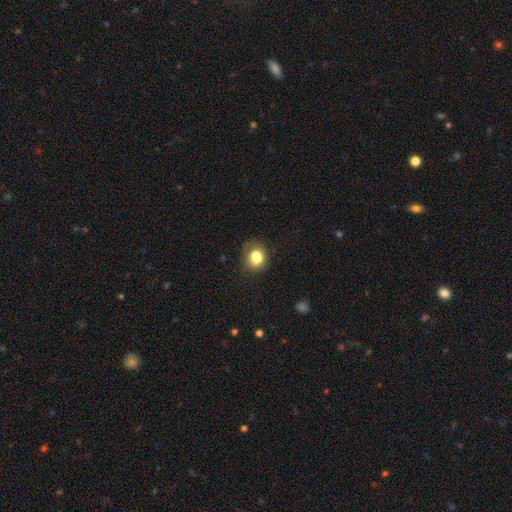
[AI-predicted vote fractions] Overall: smooth (79%). How rounded: round (57%; in between 42%). Merging: none (55%; minor disturbance 26%).